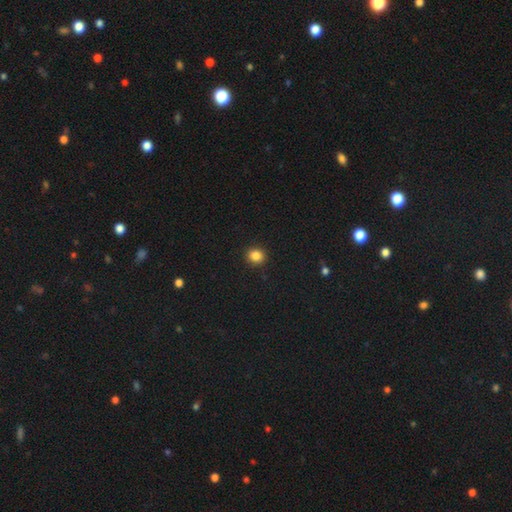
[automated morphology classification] Smooth or featured: smooth — 85% (star or artifact — 11%)
How rounded: round — 82% (in between — 17%)
Merging: none — 92% (minor disturbance — 5%)